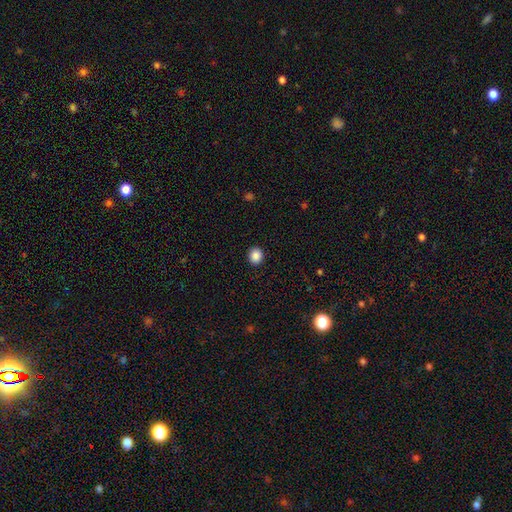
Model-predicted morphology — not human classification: smooth-or-featured: smooth: 87% | star or artifact: 9% | featured or disk: 3%
  how-rounded: round: 78% | in between: 21% | cigar-shaped: 1%
  merging: none: 92% | minor disturbance: 5% | major disturbance: 2% | merger: 1%